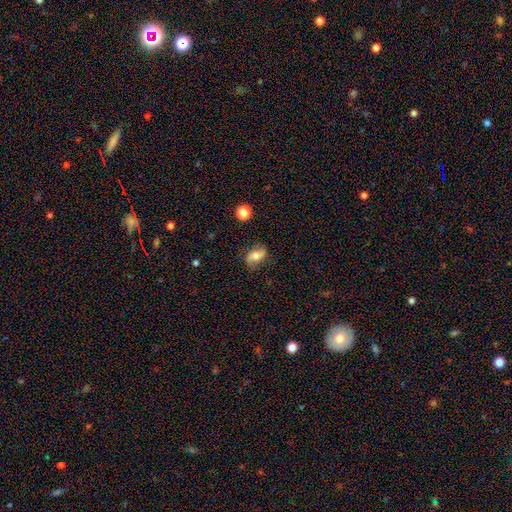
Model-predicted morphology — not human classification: This is possibly a smooth galaxy (46%). Merging: likely none (74%).